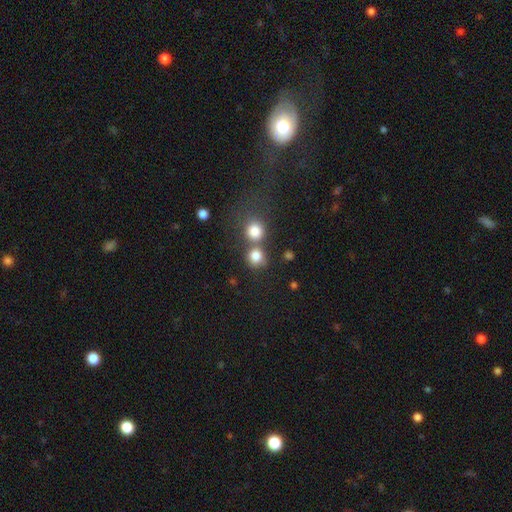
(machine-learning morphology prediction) Smooth or featured? Predicted: smooth (p=0.82). How rounded? Predicted: round (p=0.86). Merging? Predicted: none (p=0.48).